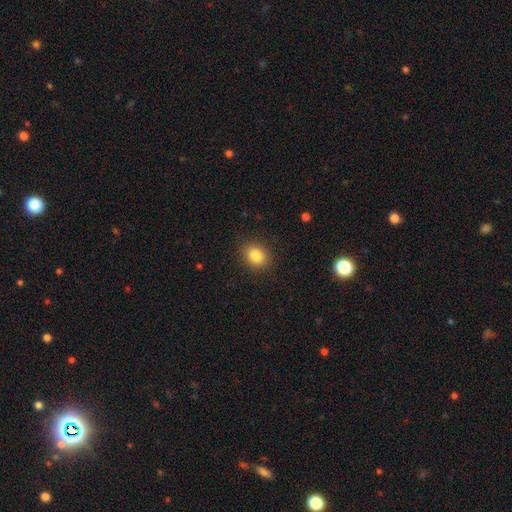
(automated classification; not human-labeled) Overall: smooth (84%). How rounded: round (55%; in between 44%). Merging: none (88%).